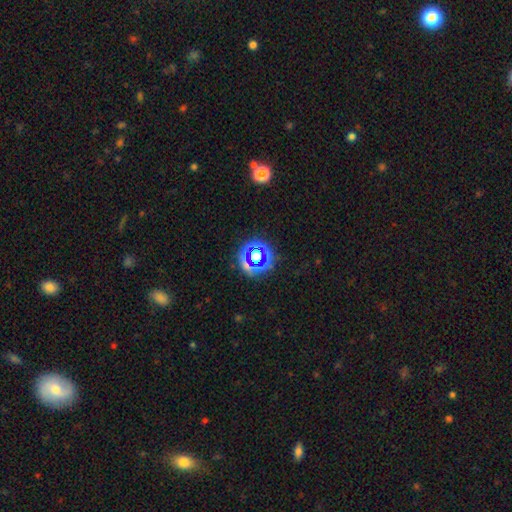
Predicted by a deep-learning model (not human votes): star or artifact 60%, smooth 27%, featured or disk 13%.